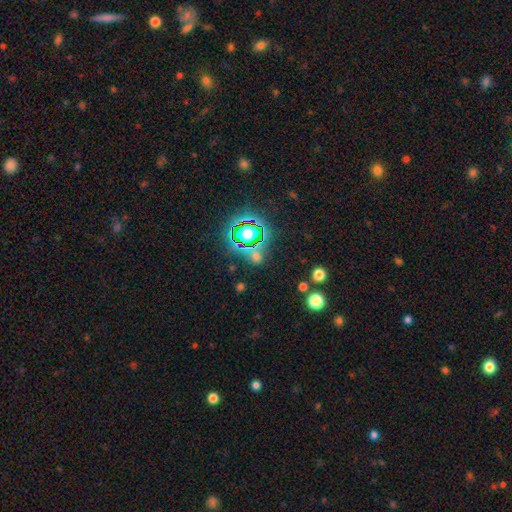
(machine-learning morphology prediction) A star or artifact, not a galaxy (55%).

Vote fractions:
- Smooth or featured? star or artifact: 55% / smooth: 37% / featured or disk: 9%